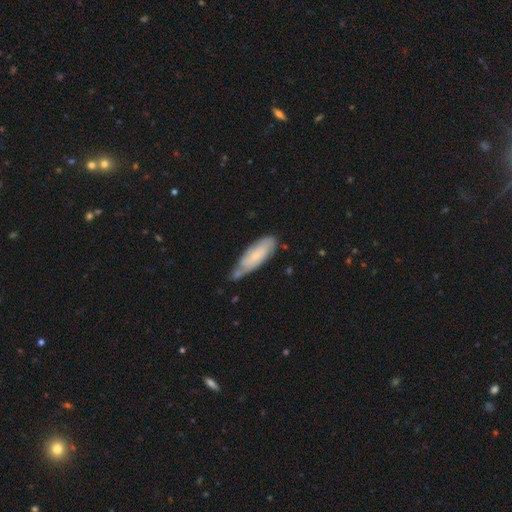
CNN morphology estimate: A smooth galaxy with no disk features (59%) that is in between round and cigar-shaped (58%).

Vote fractions:
- Smooth or featured? smooth: 59% / featured or disk: 35% / star or artifact: 6%
- How rounded? in between: 58% / cigar-shaped: 40% / round: 2%
- Merging? none: 52% / minor disturbance: 31% / merger: 10% / major disturbance: 7%